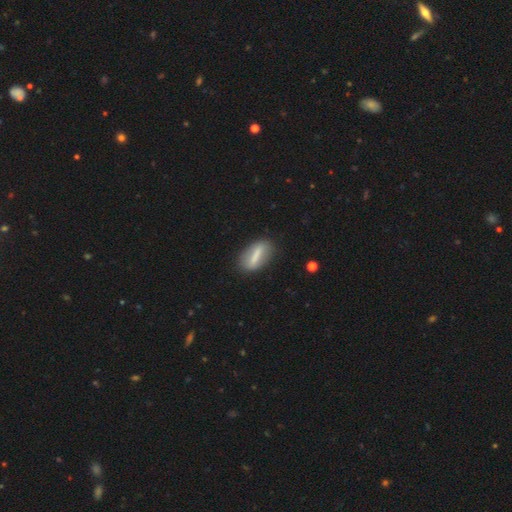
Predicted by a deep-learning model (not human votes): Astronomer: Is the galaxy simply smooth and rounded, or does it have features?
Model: smooth — 57% (runner-up: featured or disk, 35%).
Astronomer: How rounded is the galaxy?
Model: in between — 62%.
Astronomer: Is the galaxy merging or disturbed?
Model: none — 78%.